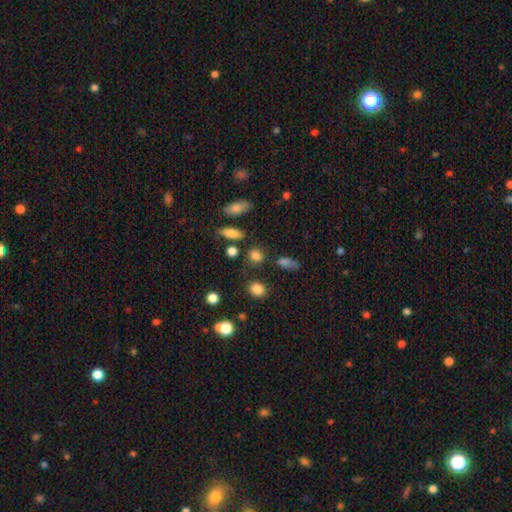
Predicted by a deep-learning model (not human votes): This appears to be a smooth galaxy with no disk features (80%) that is round (65%). Merging: none (75%).